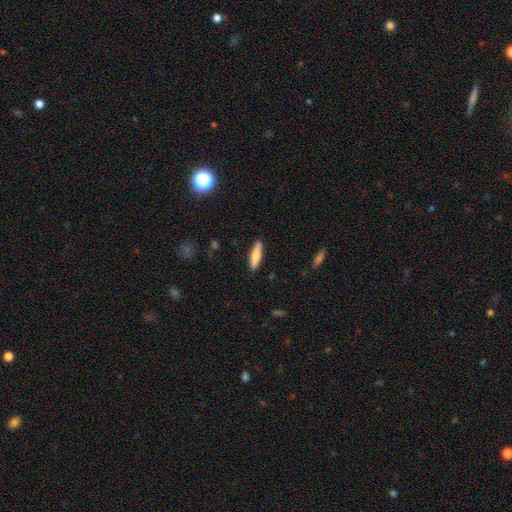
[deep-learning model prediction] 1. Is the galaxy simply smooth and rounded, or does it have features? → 77% smooth, 17% featured or disk, 6% star or artifact.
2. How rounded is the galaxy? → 73% cigar-shaped, 26% in between, 2% round.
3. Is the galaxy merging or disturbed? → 88% none, 9% minor disturbance, 2% major disturbance, 1% merger.